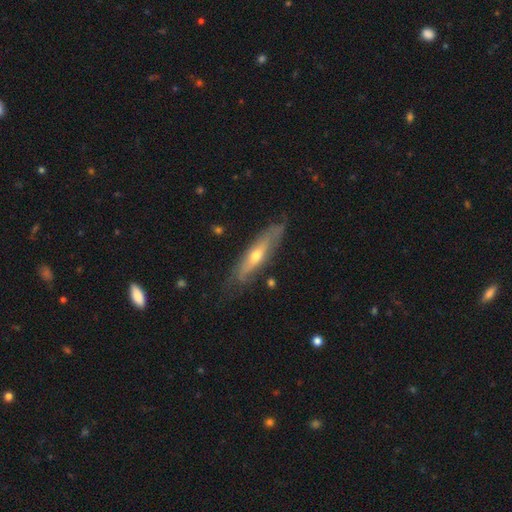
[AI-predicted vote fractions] Q: Smooth or featured?
A: featured or disk (62%); runner-up: smooth (32%)
Q: Edge-on disk?
A: yes (67%); runner-up: no (33%)
Q: Merging?
A: none (71%); runner-up: minor disturbance (21%)